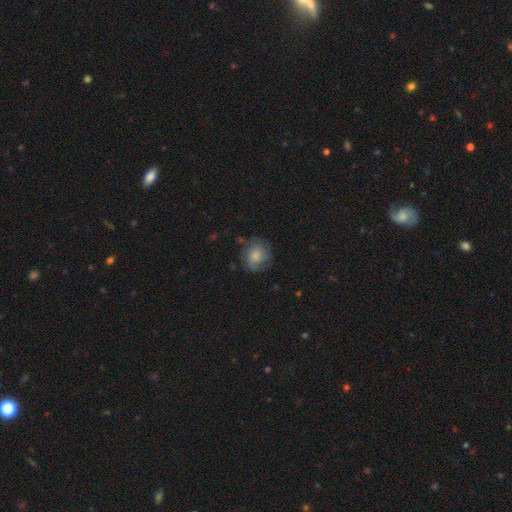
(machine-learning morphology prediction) Smooth or featured: smooth — 60% (featured or disk — 31%)
How rounded: round — 73% (in between — 26%)
Merging: none — 69% (minor disturbance — 21%)